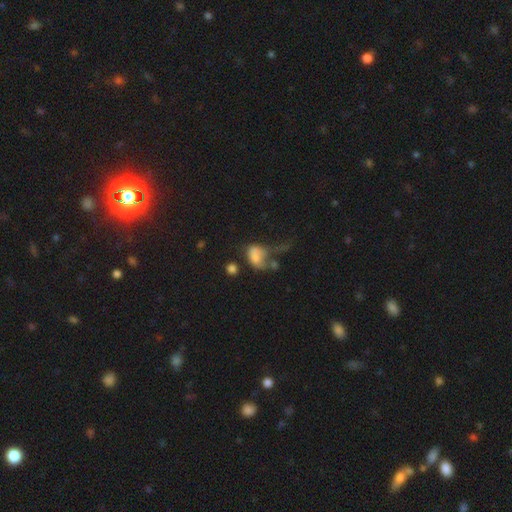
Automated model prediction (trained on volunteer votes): Smooth or featured?
  - smooth: 66% *
  - featured or disk: 22%
  - star or artifact: 12%
How rounded?
  - in between: 79% *
  - round: 19%
  - cigar-shaped: 2%
Merging?
  - major disturbance: 42% *
  - merger: 27%
  - none: 16%
  - minor disturbance: 15%